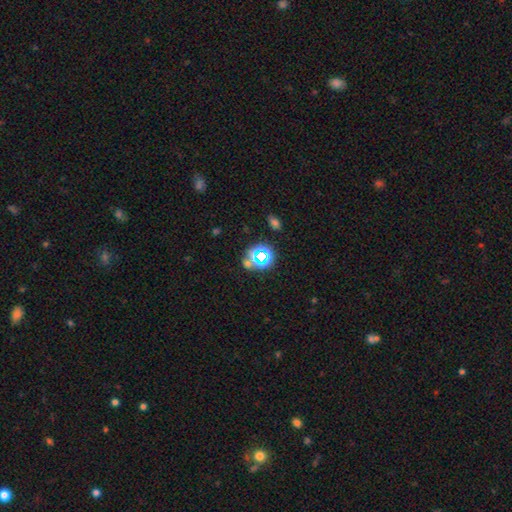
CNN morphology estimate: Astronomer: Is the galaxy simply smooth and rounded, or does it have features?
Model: star or artifact — 58%.